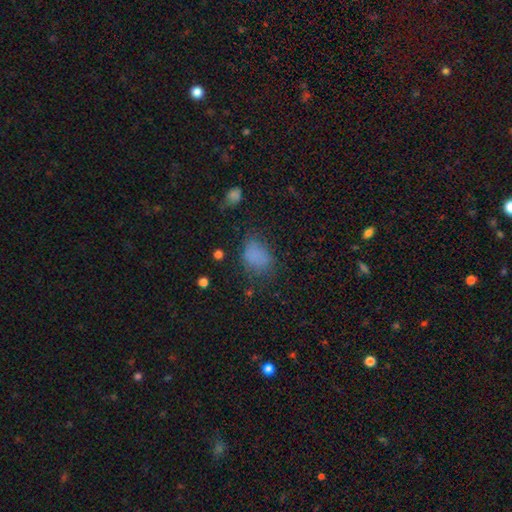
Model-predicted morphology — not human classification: The model was most divided on "merging": none: 56%, minor disturbance: 26%, major disturbance: 15%, merger: 3%. More confident: smooth or featured — smooth (75%); how rounded — in between (74%).